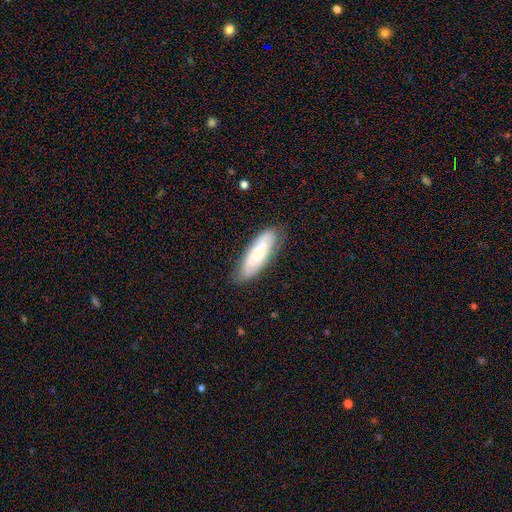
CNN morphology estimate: smooth-or-featured: smooth: 54% | featured or disk: 40% | star or artifact: 6%
  how-rounded: in between: 58% | cigar-shaped: 40% | round: 2%
  merging: none: 78% | minor disturbance: 17% | major disturbance: 4% | merger: 1%